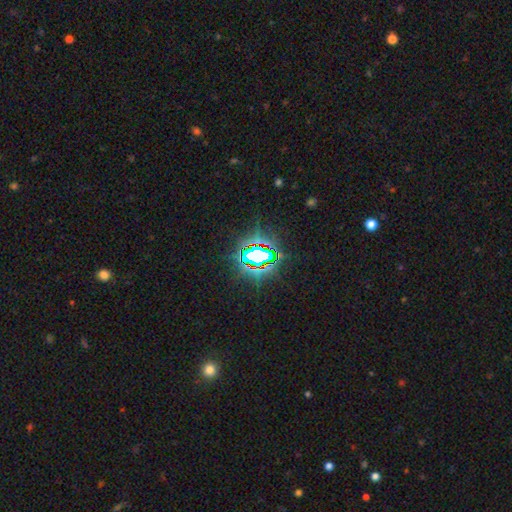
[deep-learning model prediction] Smooth or featured?
  - star or artifact: 76% *
  - smooth: 13%
  - featured or disk: 10%